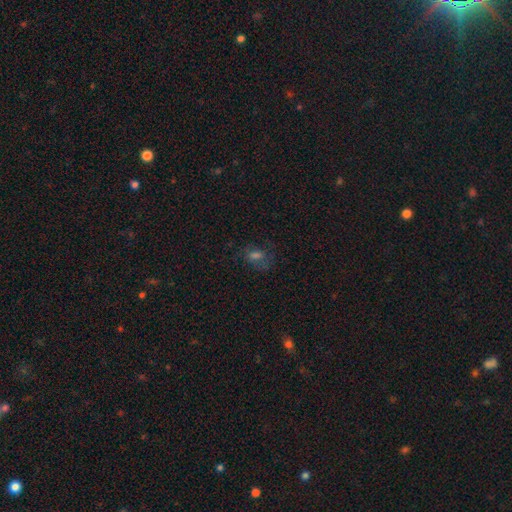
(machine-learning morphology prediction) This is possibly a smooth galaxy (50%). Merging: likely none (62%).